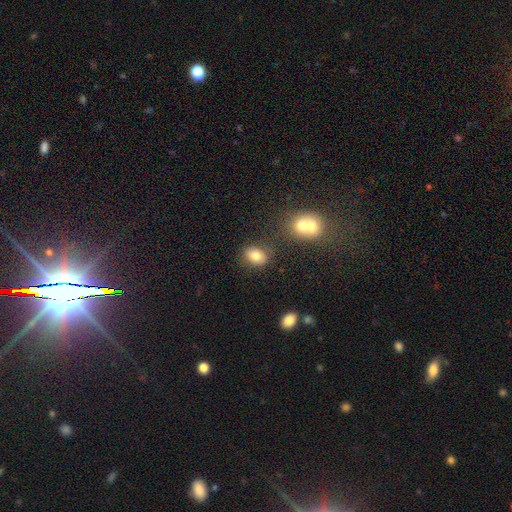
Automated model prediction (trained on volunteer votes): Smooth or featured? Predicted: smooth (p=0.80). How rounded? Predicted: in between (p=0.71). Merging? Predicted: none (p=0.76).